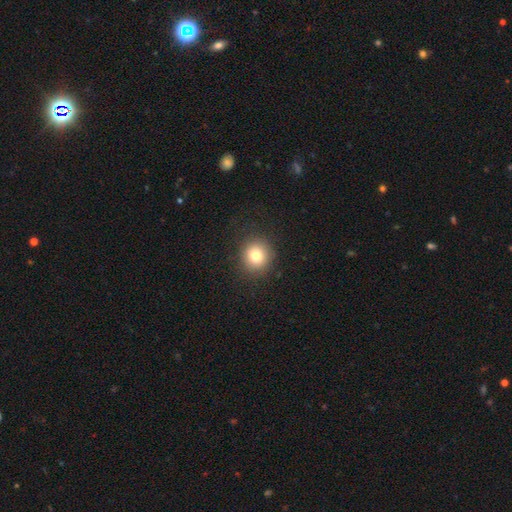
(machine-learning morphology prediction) Smooth or featured? Predicted: smooth (p=0.79). How rounded? Predicted: round (p=0.88). Merging? Predicted: none (p=0.89).